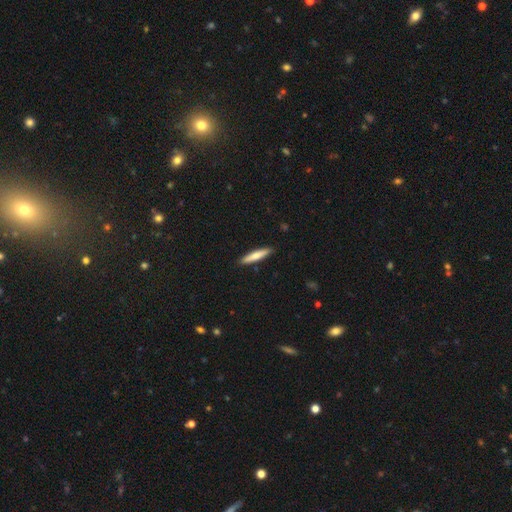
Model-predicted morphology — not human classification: smooth 72%, featured or disk 23%, star or artifact 5%. Down the decision tree: how rounded — cigar-shaped (88%); merging — none (90%).